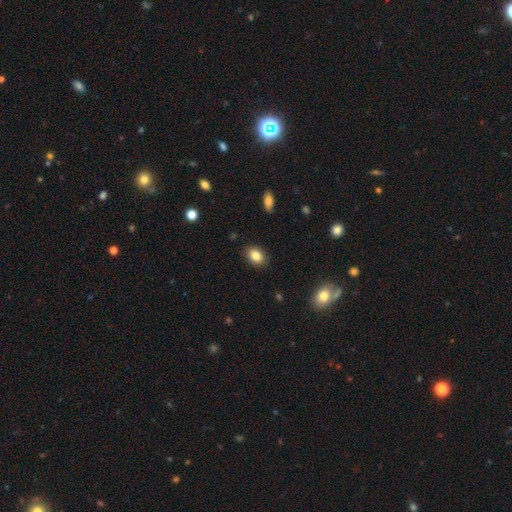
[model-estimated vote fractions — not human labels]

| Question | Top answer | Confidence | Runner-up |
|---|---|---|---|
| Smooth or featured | smooth | 85% | star or artifact (9%) |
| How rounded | in between | 79% | round (20%) |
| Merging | none | 88% | minor disturbance (9%) |